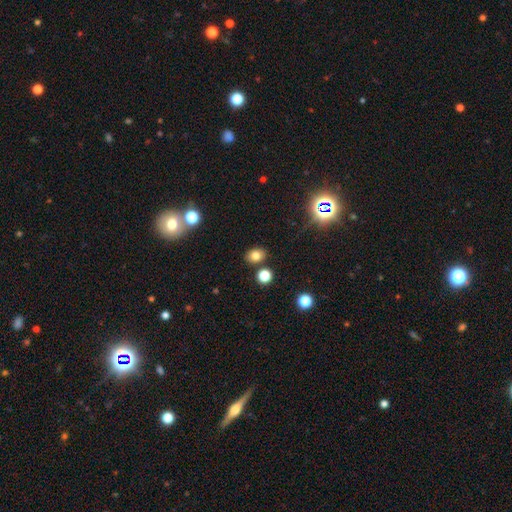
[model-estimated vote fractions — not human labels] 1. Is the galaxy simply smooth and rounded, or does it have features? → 77% smooth, 14% star or artifact, 8% featured or disk.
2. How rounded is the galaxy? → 59% in between, 40% round, 1% cigar-shaped.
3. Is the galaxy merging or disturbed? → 83% none, 9% minor disturbance, 6% merger, 3% major disturbance.